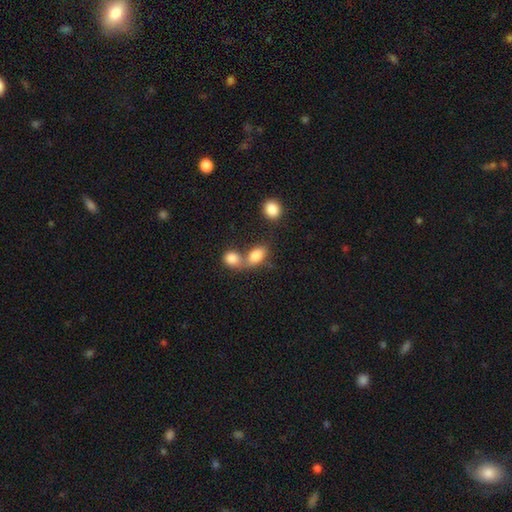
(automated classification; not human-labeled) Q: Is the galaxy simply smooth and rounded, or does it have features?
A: smooth — 83%.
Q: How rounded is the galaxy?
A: in between — 82%.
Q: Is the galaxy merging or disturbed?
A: merger — 56%.